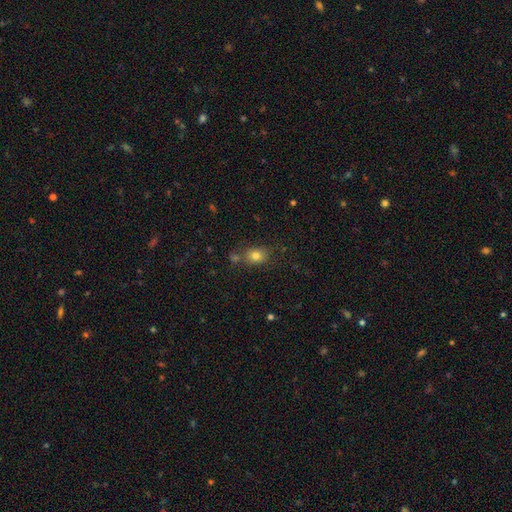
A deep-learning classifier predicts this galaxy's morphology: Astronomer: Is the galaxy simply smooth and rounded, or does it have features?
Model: smooth — 78%.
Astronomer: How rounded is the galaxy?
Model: in between — 54% (runner-up: round, 45%).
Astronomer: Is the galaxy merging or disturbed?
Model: none — 66%.